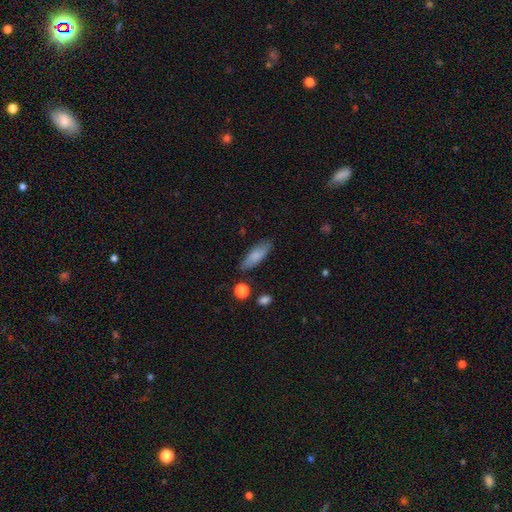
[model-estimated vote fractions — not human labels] Smooth or featured? smooth (80%)
How rounded? in between (57%)
Merging? none (80%)